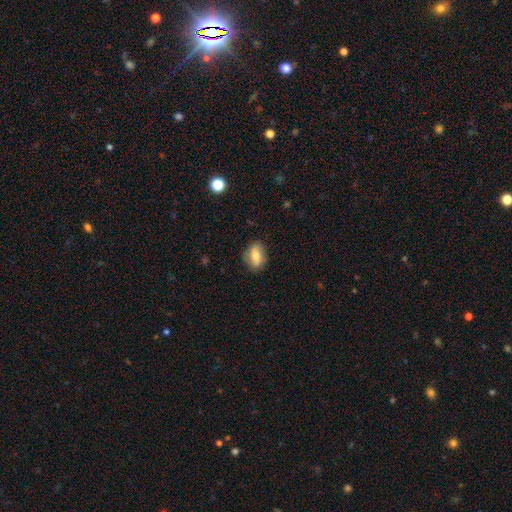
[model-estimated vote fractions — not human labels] smooth 70%, featured or disk 22%, star or artifact 8%. Down the decision tree: how rounded — in between (73%); merging — none (80%).